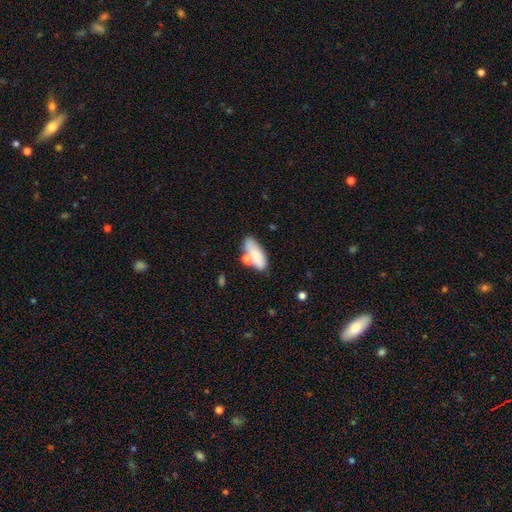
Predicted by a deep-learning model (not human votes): Morphology: type=smooth (77%); roundness=in between (71%); merging=none (52%).